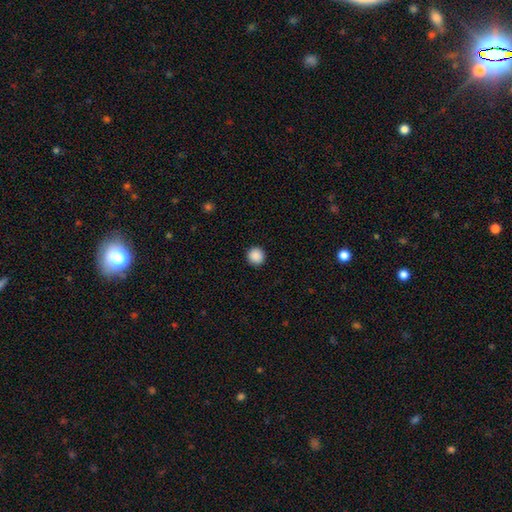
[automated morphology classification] smooth-or-featured: smooth: 89% | star or artifact: 9% | featured or disk: 2%
  how-rounded: round: 94% | in between: 5% | cigar-shaped: 1%
  merging: none: 93% | minor disturbance: 4% | major disturbance: 2% | merger: 1%